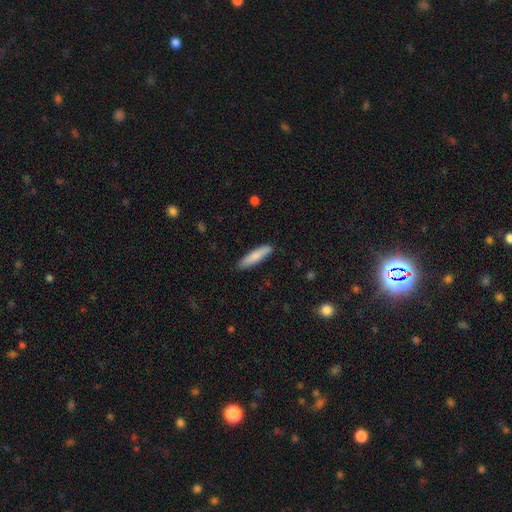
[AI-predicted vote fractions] A smooth galaxy with no disk features (82%) that is cigar-shaped (75%). Merging: none (87%).